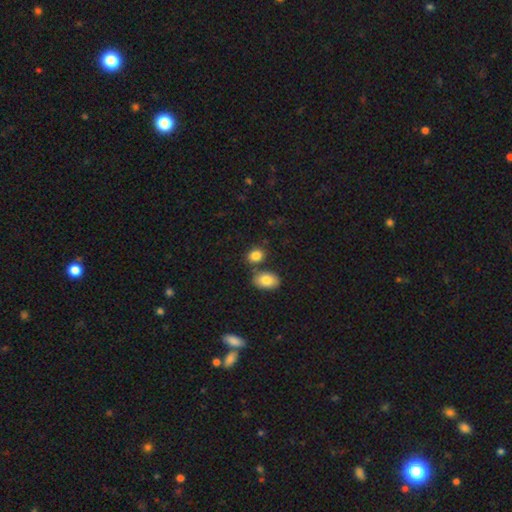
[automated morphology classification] smooth-or-featured: smooth: 85% | star or artifact: 9% | featured or disk: 6%
  how-rounded: in between: 62% | round: 37% | cigar-shaped: 1%
  merging: none: 64% | merger: 21% | minor disturbance: 11% | major disturbance: 3%